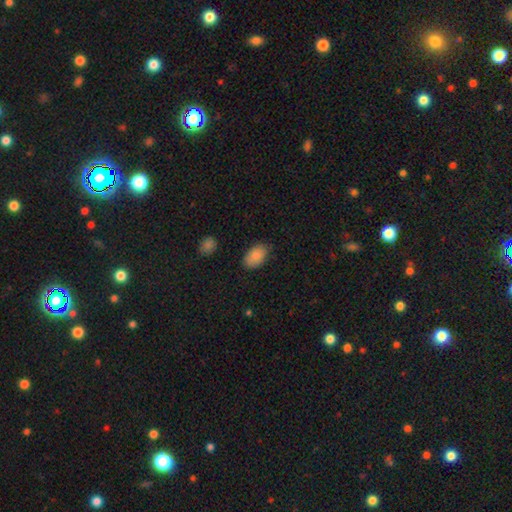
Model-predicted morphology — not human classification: A smooth galaxy with no disk features (88%) that is in between round and cigar-shaped (93%).

Vote fractions:
- Smooth or featured? smooth: 88% / star or artifact: 7% / featured or disk: 5%
- How rounded? in between: 93% / round: 6% / cigar-shaped: 2%
- Merging? none: 79% / minor disturbance: 16% / major disturbance: 3% / merger: 1%